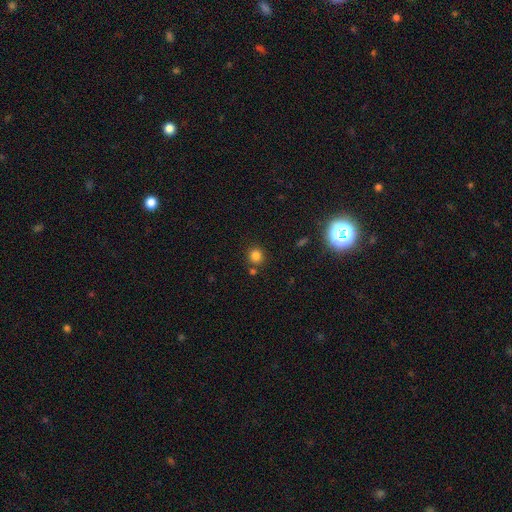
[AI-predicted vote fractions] The model was most divided on "smooth or featured": smooth: 81%, star or artifact: 14%, featured or disk: 5%. More confident: how rounded — round (90%); merging — none (78%).